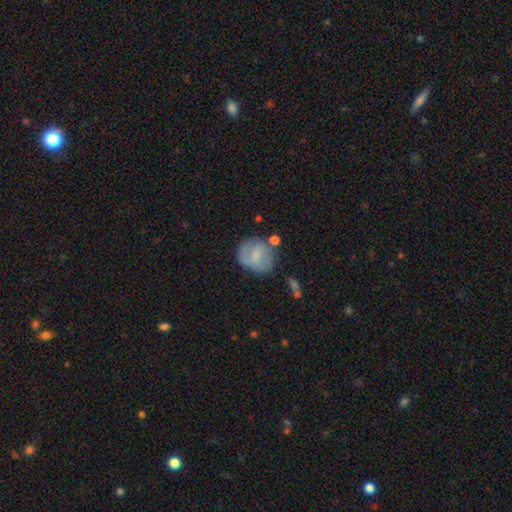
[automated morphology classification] Smooth or featured: smooth — 61% (featured or disk — 31%)
How rounded: round — 68% (in between — 31%)
Merging: none — 57% (minor disturbance — 25%)